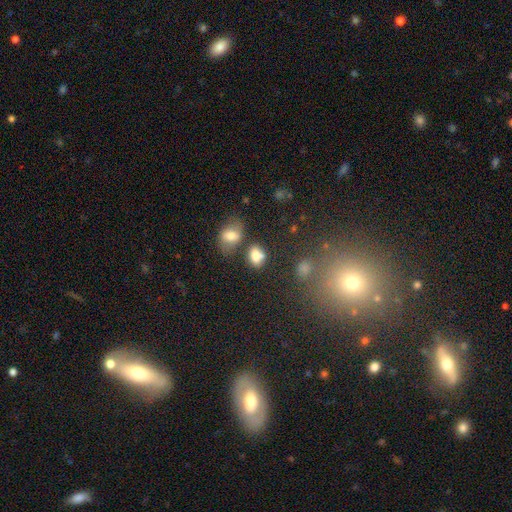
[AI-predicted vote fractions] Smooth or featured? smooth (77%)
How rounded? in between (61%)
Merging? none (54%)